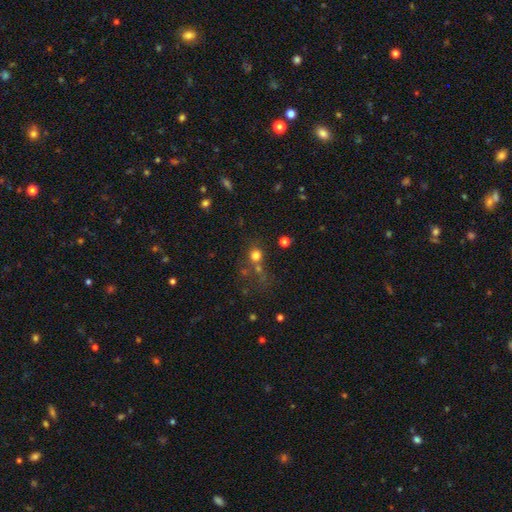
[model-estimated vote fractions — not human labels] This appears to be a smooth galaxy with no disk features (71%) that is round (87%). Merging: none (56%).